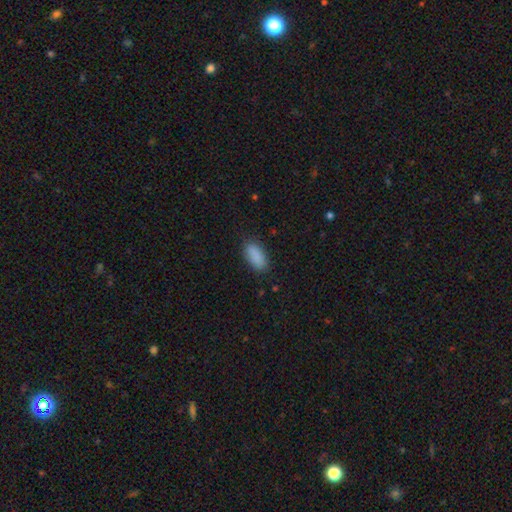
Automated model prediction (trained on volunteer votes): Overall: smooth (89%). How rounded: in between (88%). Merging: none (84%).